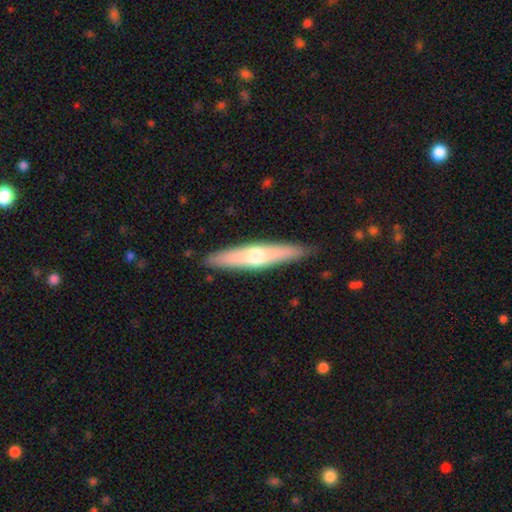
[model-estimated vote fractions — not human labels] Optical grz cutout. It shows a featured or disk galaxy (48%). Merging: none (89%).